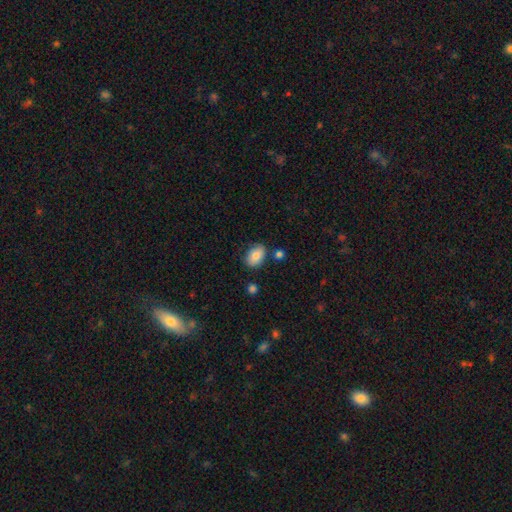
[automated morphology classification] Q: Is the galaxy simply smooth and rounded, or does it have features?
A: smooth — 81%.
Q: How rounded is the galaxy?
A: in between — 82%.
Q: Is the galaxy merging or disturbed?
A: none — 77%.